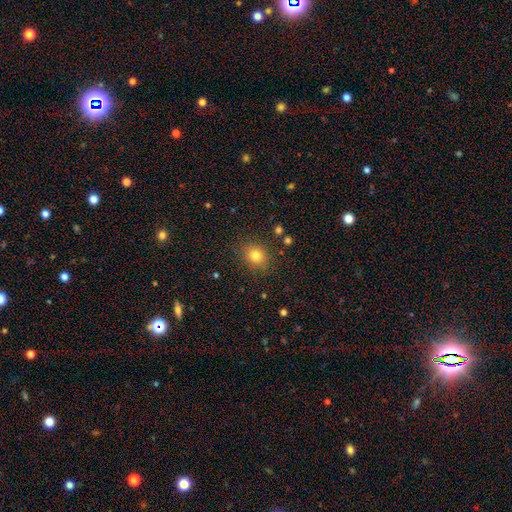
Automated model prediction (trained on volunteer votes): A smooth galaxy with no disk features (78%) that is round (65%). Merging: none (84%).